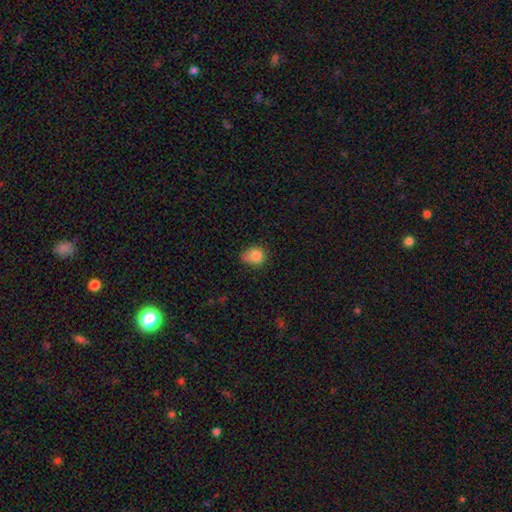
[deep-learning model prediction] This is clearly a smooth galaxy (83%). How rounded: likely round (62%). Merging: possibly none (54%).